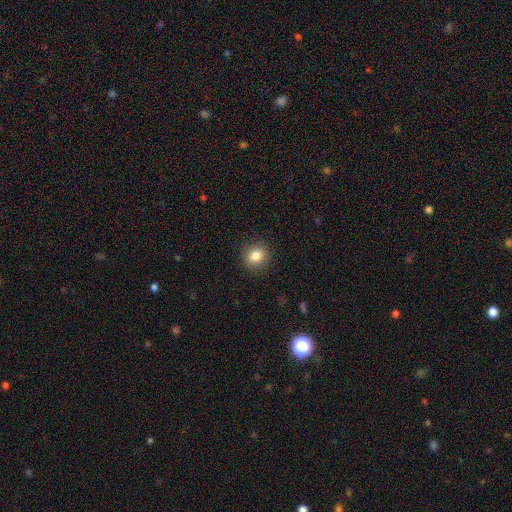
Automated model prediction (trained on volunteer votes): smooth 85%, star or artifact 10%, featured or disk 6%. Down the decision tree: how rounded — round (79%); merging — none (89%).